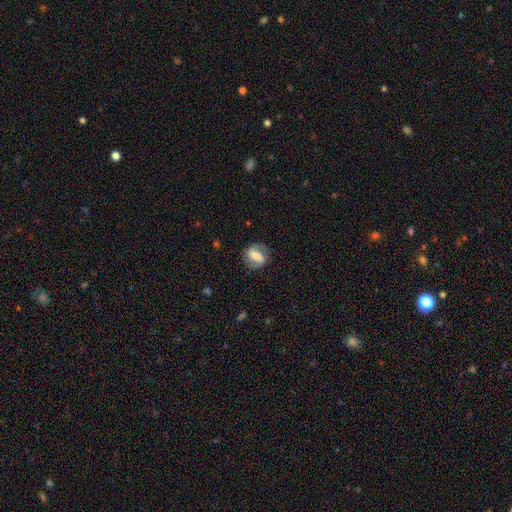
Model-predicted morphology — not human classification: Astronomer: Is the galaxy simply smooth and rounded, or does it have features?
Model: featured or disk — 60%.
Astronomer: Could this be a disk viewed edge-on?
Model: no — 95%.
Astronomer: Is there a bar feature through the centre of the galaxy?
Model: strong — 52% (runner-up: weak, 34%).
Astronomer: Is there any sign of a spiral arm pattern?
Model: yes — 83%.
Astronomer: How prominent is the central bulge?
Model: moderate — 39% (runner-up: small, 27%).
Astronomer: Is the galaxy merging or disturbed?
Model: none — 79%.